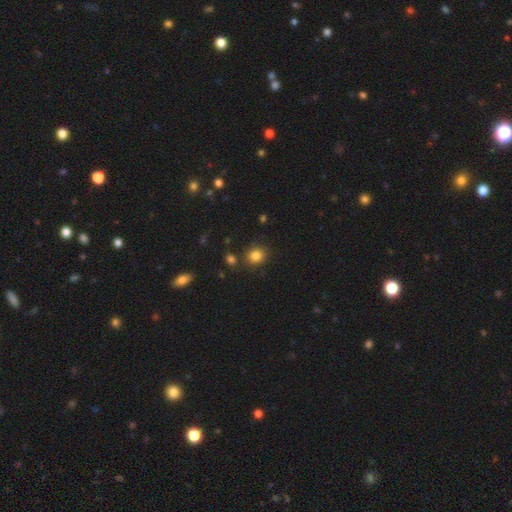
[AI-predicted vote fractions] This appears to be a smooth galaxy with no disk features (83%) that is round (73%). Merging: none (83%).